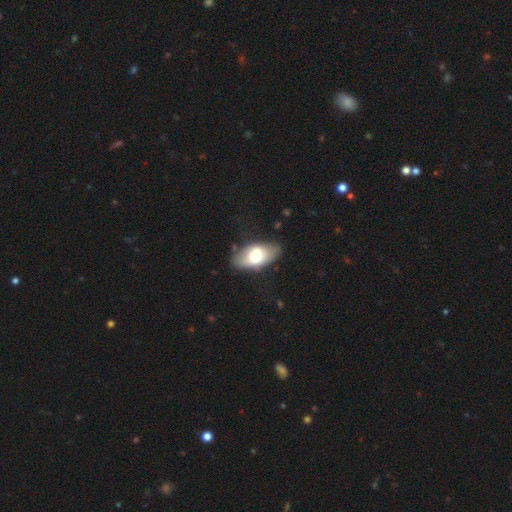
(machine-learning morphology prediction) smooth-or-featured: smooth: 64% | featured or disk: 29% | star or artifact: 7%
  how-rounded: in between: 91% | cigar-shaped: 5% | round: 4%
  merging: none: 72% | minor disturbance: 19% | major disturbance: 7% | merger: 2%